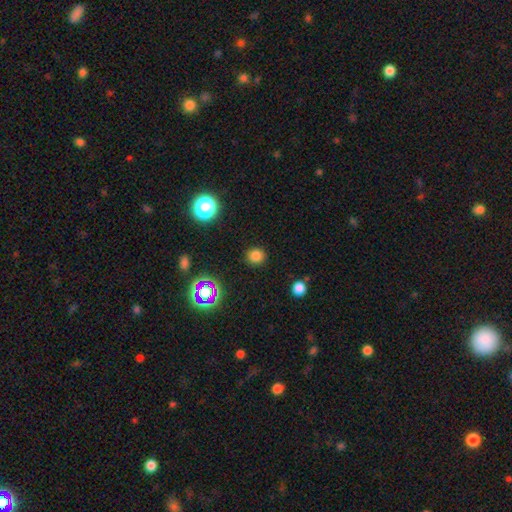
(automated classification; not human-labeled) smooth-or-featured: smooth: 78% | star or artifact: 17% | featured or disk: 5%
  how-rounded: round: 89% | in between: 10% | cigar-shaped: 1%
  merging: none: 89% | minor disturbance: 7% | major disturbance: 3% | merger: 1%